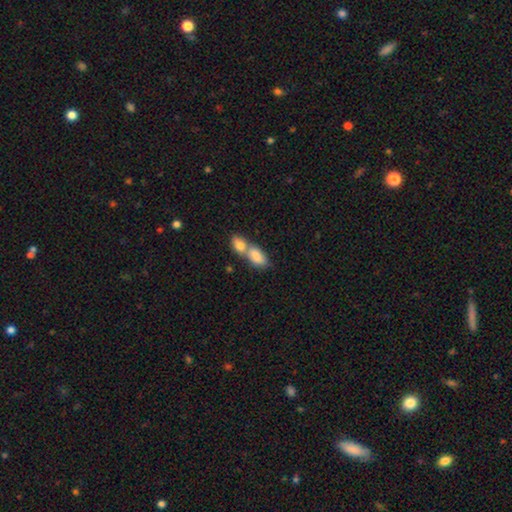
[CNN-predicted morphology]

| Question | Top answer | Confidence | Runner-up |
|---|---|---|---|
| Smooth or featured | smooth | 81% | featured or disk (12%) |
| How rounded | in between | 87% | round (7%) |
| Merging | merger | 70% | none (21%) |